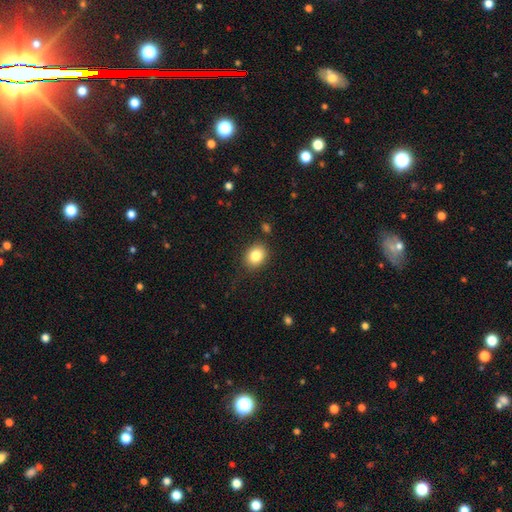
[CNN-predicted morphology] type=smooth (83%); roundness=round (54%); merging=none (84%).